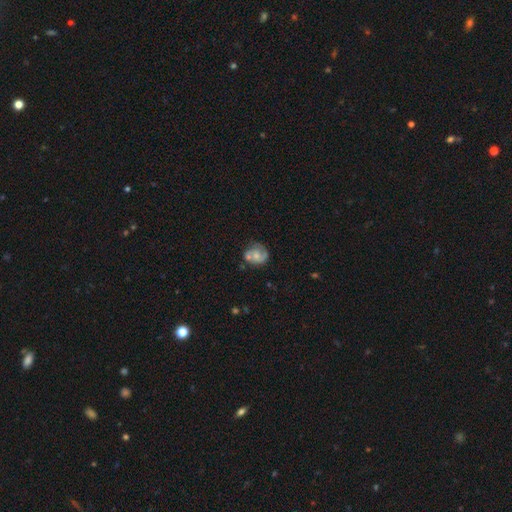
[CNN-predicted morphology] A featured or disk galaxy (59%) with no bar (70%), spiral arms (81%) and a moderate central bulge (40%). Merging: none (51%).